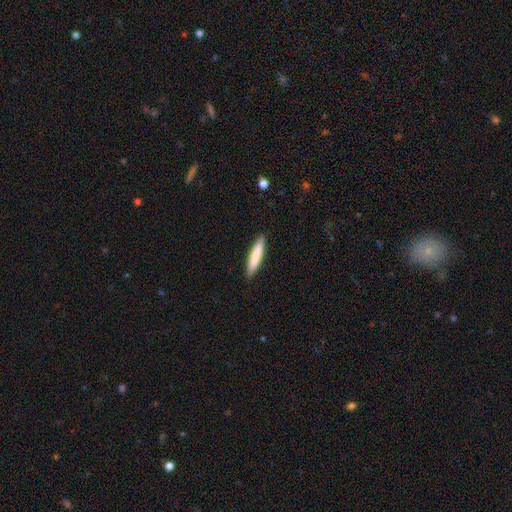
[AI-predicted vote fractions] This is likely a smooth galaxy (79%). How rounded: clearly cigar-shaped (86%). Merging: clearly none (89%).